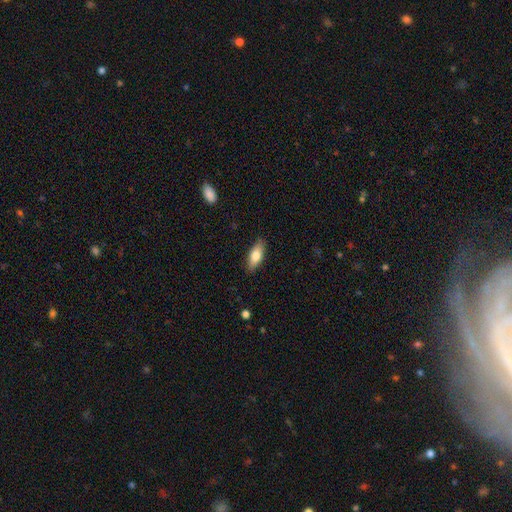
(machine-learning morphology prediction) Smooth or featured?
  - smooth: 76% *
  - featured or disk: 18%
  - star or artifact: 6%
How rounded?
  - in between: 75% *
  - cigar-shaped: 23%
  - round: 2%
Merging?
  - none: 87% *
  - minor disturbance: 10%
  - major disturbance: 2%
  - merger: 1%